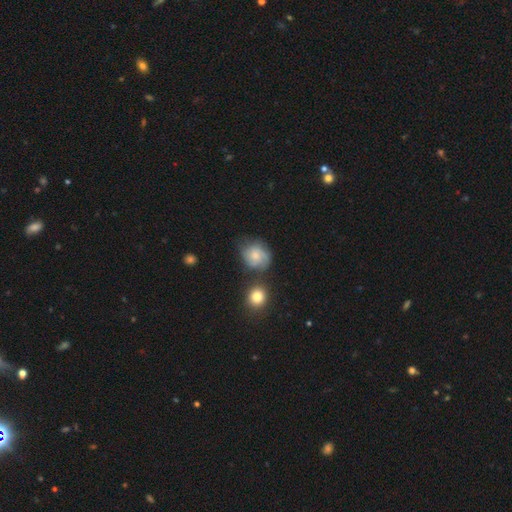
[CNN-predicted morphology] This is possibly a smooth galaxy (46%). Merging: possibly none (56%).